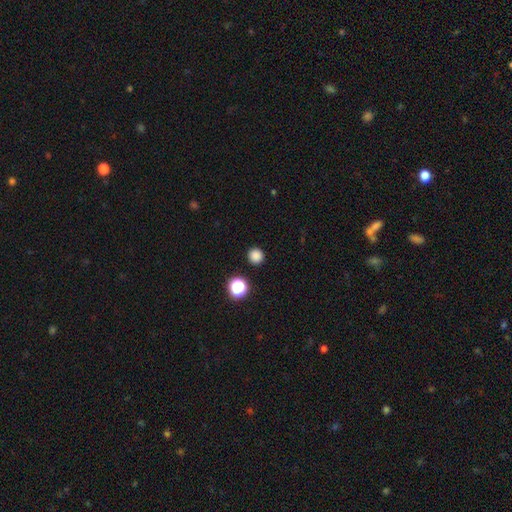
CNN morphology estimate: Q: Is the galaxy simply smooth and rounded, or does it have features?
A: smooth — 83%.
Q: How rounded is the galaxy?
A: round — 95%.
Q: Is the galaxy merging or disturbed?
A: none — 92%.